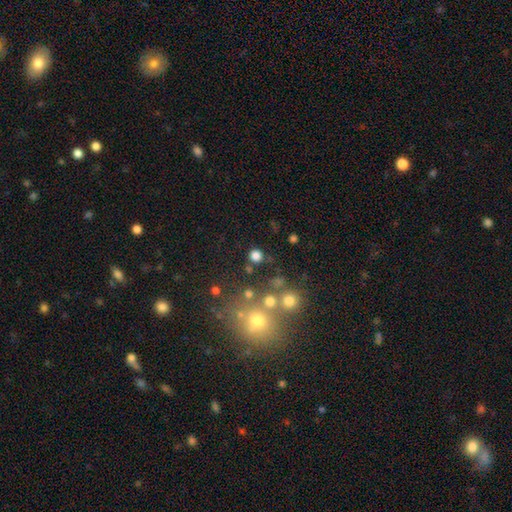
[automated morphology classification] Overall: smooth (76%). How rounded: round (91%). Merging: none (83%).